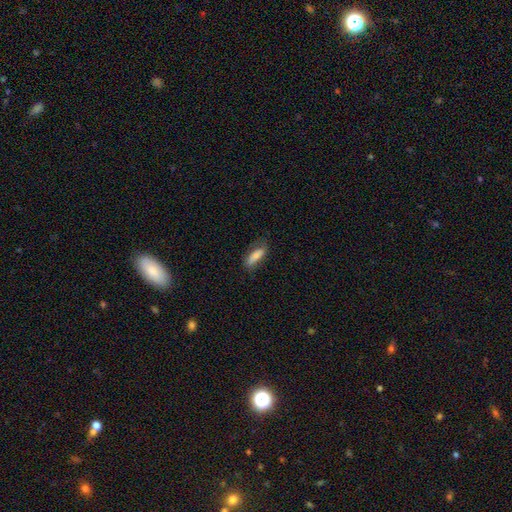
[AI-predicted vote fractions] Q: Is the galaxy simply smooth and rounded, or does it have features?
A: smooth — 76%.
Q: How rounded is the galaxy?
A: in between — 60%.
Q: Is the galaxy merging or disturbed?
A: none — 67%.